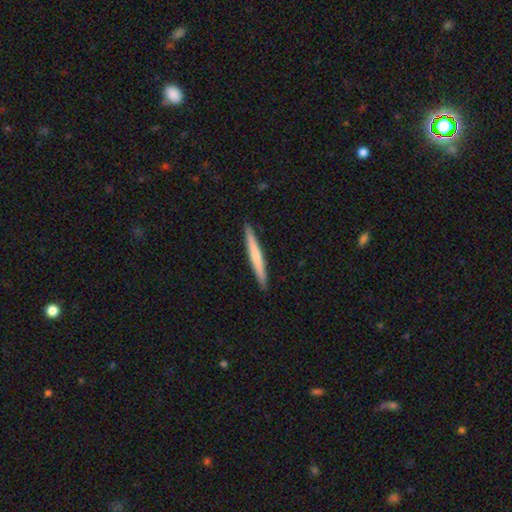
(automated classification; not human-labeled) A smooth galaxy with no disk features (59%) that is cigar-shaped (97%).

Vote fractions:
- Smooth or featured? smooth: 59% / featured or disk: 36% / star or artifact: 5%
- How rounded? cigar-shaped: 97% / in between: 2% / round: 1%
- Merging? none: 92% / minor disturbance: 6% / major disturbance: 1% / merger: 1%